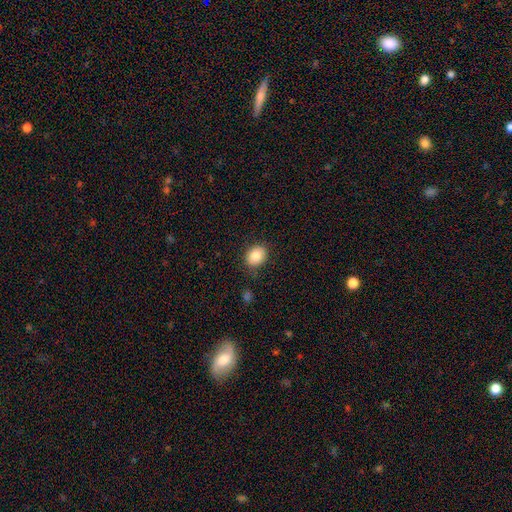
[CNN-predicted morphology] Smooth or featured? smooth (84%)
How rounded? round (57%)
Merging? none (84%)